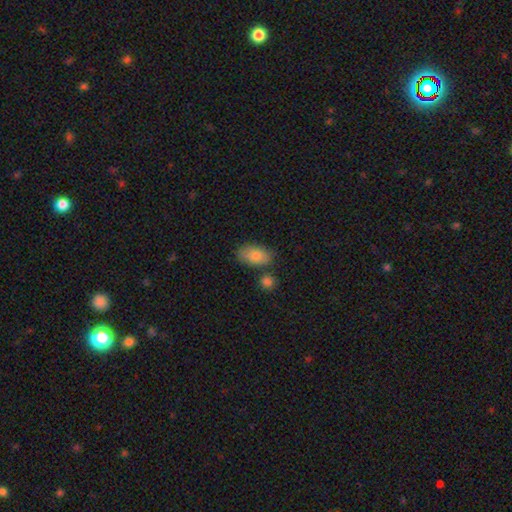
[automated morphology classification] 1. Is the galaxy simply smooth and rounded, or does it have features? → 82% smooth, 11% featured or disk, 7% star or artifact.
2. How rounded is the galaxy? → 91% in between, 6% round, 2% cigar-shaped.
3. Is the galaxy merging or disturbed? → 72% none, 15% minor disturbance, 10% merger, 3% major disturbance.